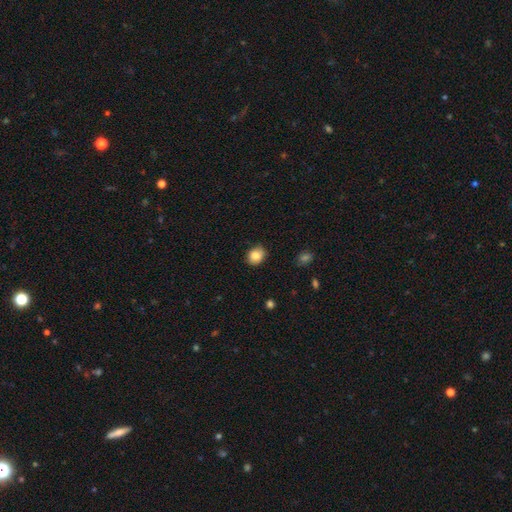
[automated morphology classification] Q: Smooth or featured?
A: smooth (85%); runner-up: star or artifact (9%)
Q: How rounded?
A: round (56%); runner-up: in between (43%)
Q: Merging?
A: none (81%); runner-up: minor disturbance (15%)